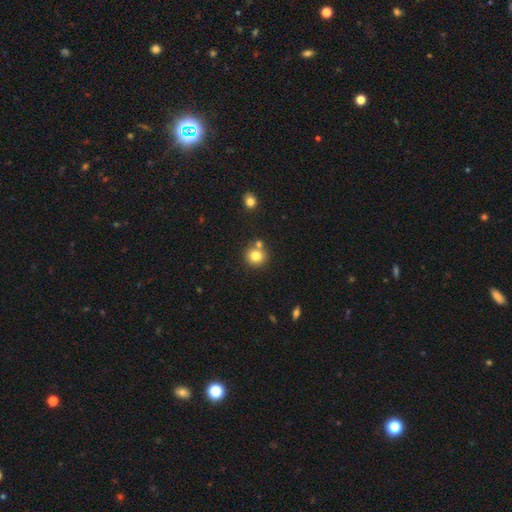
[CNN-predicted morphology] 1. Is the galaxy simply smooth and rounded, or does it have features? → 80% smooth, 12% star or artifact, 8% featured or disk.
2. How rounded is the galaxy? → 89% round, 10% in between, 1% cigar-shaped.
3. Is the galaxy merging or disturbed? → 69% none, 20% merger, 9% minor disturbance, 2% major disturbance.